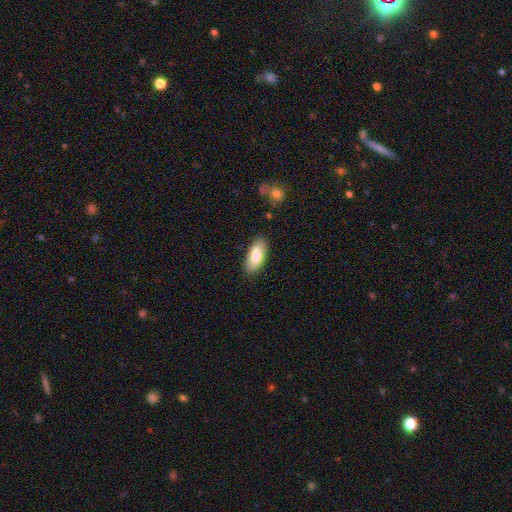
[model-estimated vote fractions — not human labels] A smooth galaxy with no disk features (80%) that is in between round and cigar-shaped (86%).

Vote fractions:
- Smooth or featured? smooth: 80% / featured or disk: 13% / star or artifact: 6%
- How rounded? in between: 86% / cigar-shaped: 12% / round: 2%
- Merging? none: 86% / minor disturbance: 10% / major disturbance: 2% / merger: 1%